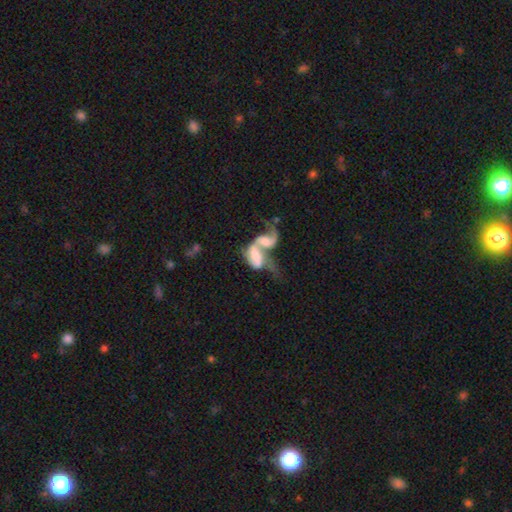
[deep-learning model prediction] Smooth or featured: featured or disk — 65% (smooth — 27%)
Edge-on disk: no — 95% (yes — 5%)
Bar: no — 45% (weak — 31%)
Spiral arms: yes — 76% (no — 24%)
Bulge size: none — 35% (moderate — 22%)
Merging: merger — 78% (major disturbance — 11%)